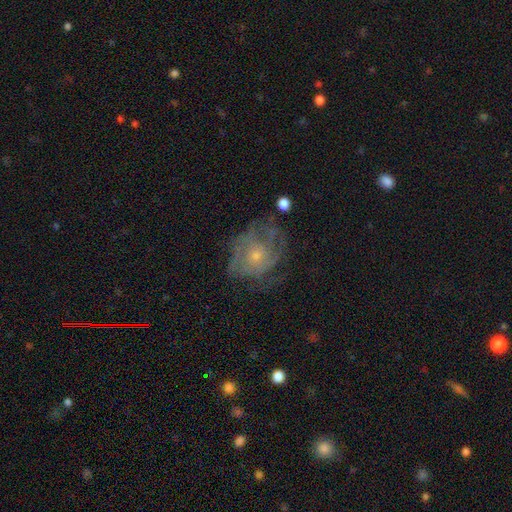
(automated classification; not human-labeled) Smooth or featured? Predicted: featured or disk (p=0.66). Edge-on disk? Predicted: no (p=0.97). Bar? Predicted: no (p=0.84). Spiral arms? Predicted: yes (p=0.67). Bulge size? Predicted: small (p=0.66). Merging? Predicted: none (p=0.51).